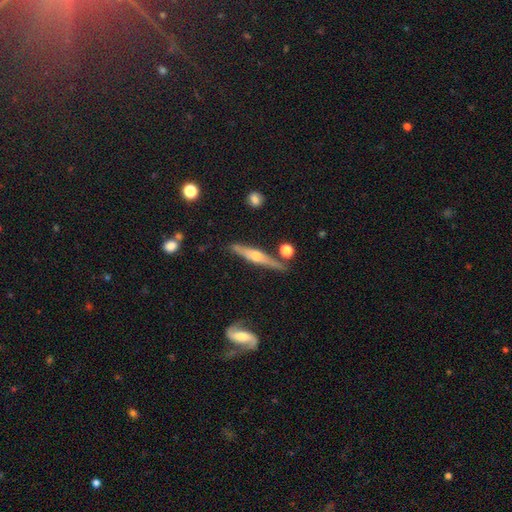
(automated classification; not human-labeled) smooth-or-featured: featured or disk: 75% | smooth: 19% | star or artifact: 6%
  disk-edge-on: yes: 96% | no: 4%
    edge-on-bulge: rounded: 90% | boxy: 5% | none: 5%
  merging: none: 83% | minor disturbance: 11% | merger: 4% | major disturbance: 3%